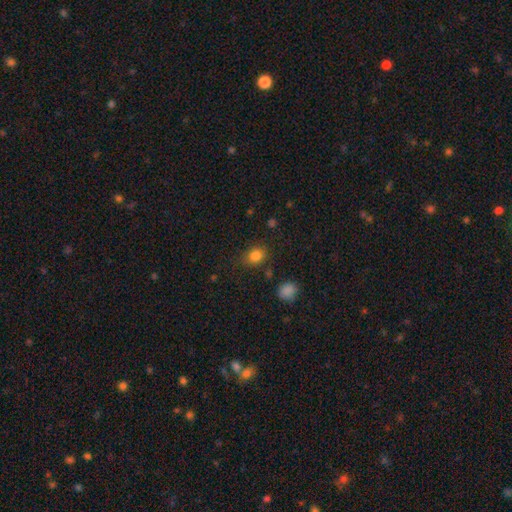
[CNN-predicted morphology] type=smooth (83%); roundness=round (54%); merging=none (74%).